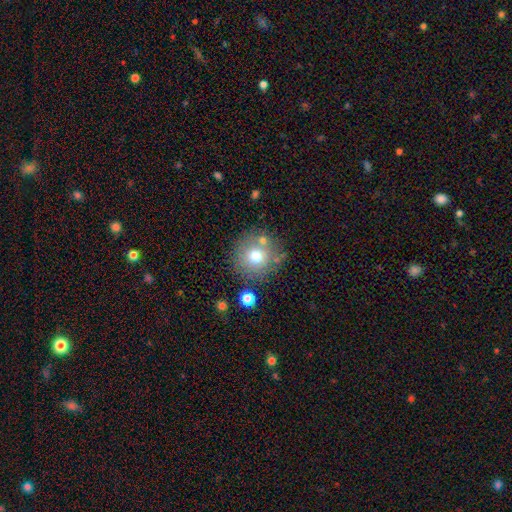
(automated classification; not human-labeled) A smooth galaxy with no disk features (70%) that is round (93%).

Vote fractions:
- Smooth or featured? smooth: 70% / featured or disk: 16% / star or artifact: 14%
- How rounded? round: 93% / in between: 6% / cigar-shaped: 1%
- Merging? none: 76% / minor disturbance: 11% / merger: 9% / major disturbance: 4%